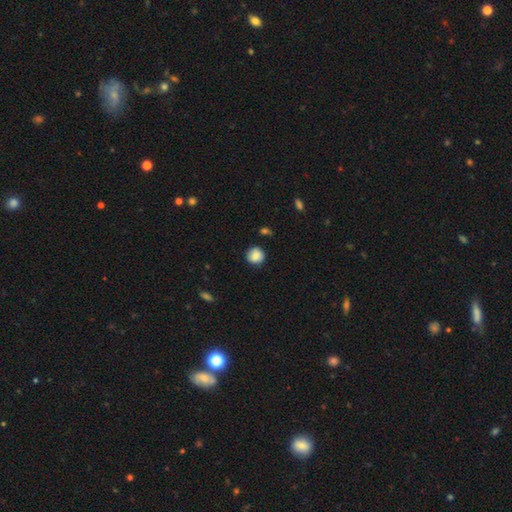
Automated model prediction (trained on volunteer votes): smooth_or_featured: smooth (p=0.84) [alt: star or artifact p=0.09]
how_rounded: round (p=0.88) [alt: in between p=0.11]
merging: none (p=0.82) [alt: minor disturbance p=0.13]